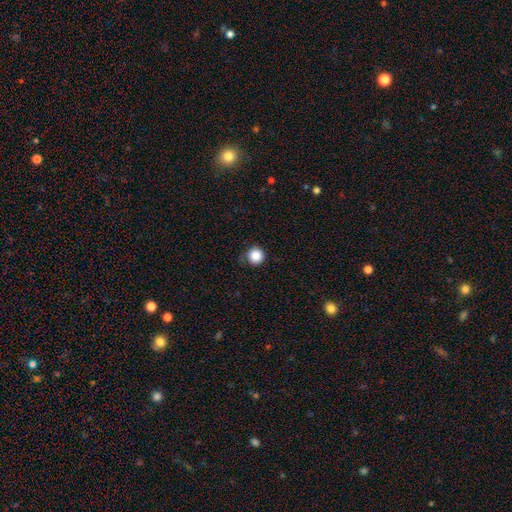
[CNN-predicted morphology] A smooth galaxy with no disk features (86%) that is round (96%).

Vote fractions:
- Smooth or featured? smooth: 86% / star or artifact: 10% / featured or disk: 3%
- How rounded? round: 96% / in between: 3% / cigar-shaped: 1%
- Merging? none: 83% / minor disturbance: 12% / major disturbance: 3% / merger: 1%